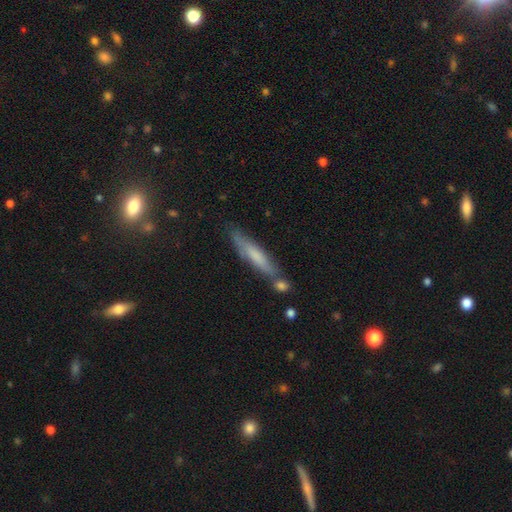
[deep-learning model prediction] Q: Smooth or featured?
A: smooth (59%); runner-up: featured or disk (33%)
Q: How rounded?
A: cigar-shaped (88%); runner-up: in between (10%)
Q: Merging?
A: none (70%); runner-up: minor disturbance (17%)